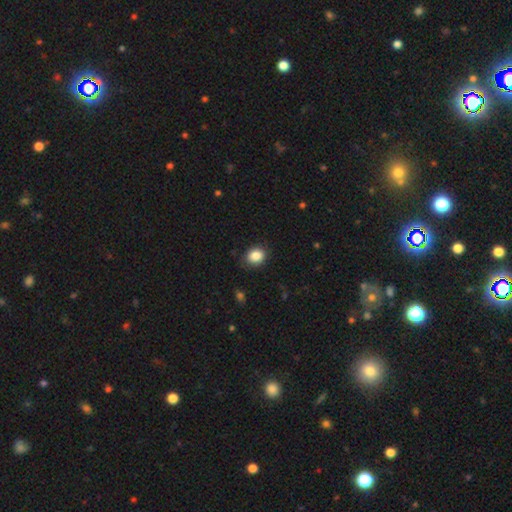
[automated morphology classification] This appears to be a smooth galaxy with no disk features (86%) that is round (58%). Merging: none (85%).